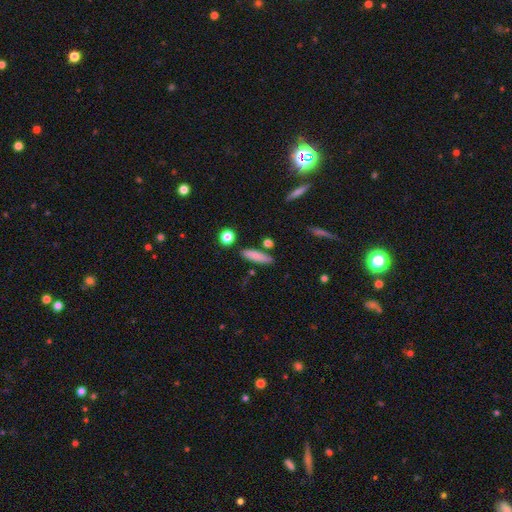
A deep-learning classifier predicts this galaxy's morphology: Smooth or featured? smooth (82%)
How rounded? cigar-shaped (63%)
Merging? none (82%)